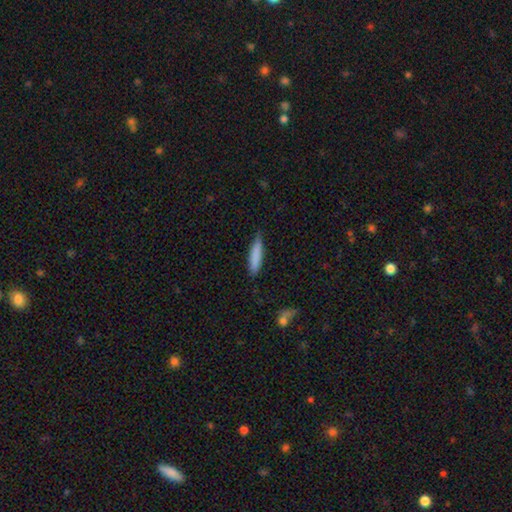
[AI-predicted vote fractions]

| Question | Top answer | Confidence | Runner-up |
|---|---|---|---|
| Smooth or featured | smooth | 82% | featured or disk (12%) |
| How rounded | cigar-shaped | 83% | in between (16%) |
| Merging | none | 78% | minor disturbance (18%) |